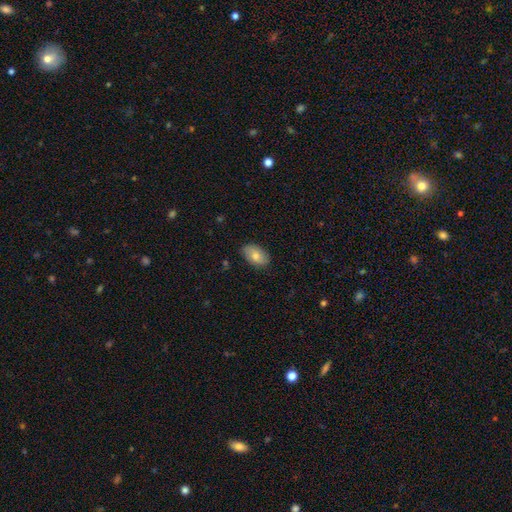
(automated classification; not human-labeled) This is likely a smooth galaxy (77%). How rounded: clearly in between (93%). Merging: clearly none (84%).